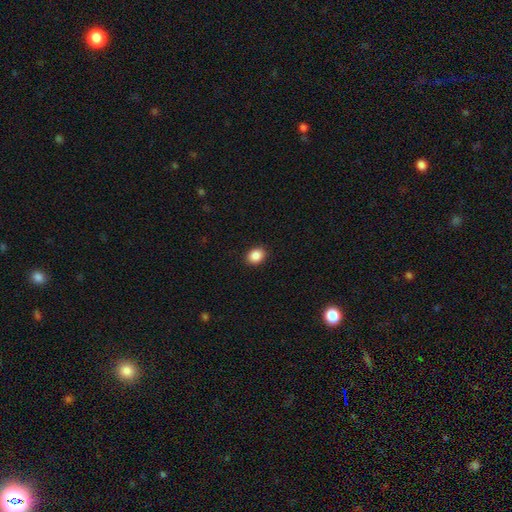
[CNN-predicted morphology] Overall: smooth (88%). How rounded: in between (55%; round 44%). Merging: none (90%).